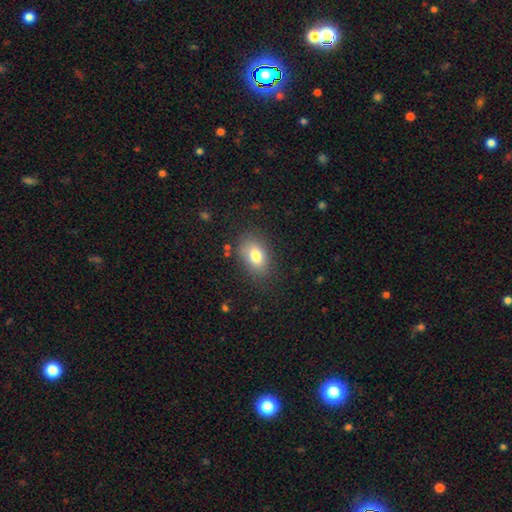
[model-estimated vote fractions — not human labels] A smooth galaxy with no disk features (78%) that is in between round and cigar-shaped (82%).

Vote fractions:
- Smooth or featured? smooth: 78% / featured or disk: 13% / star or artifact: 9%
- How rounded? in between: 82% / round: 16% / cigar-shaped: 2%
- Merging? none: 80% / minor disturbance: 14% / major disturbance: 5% / merger: 2%